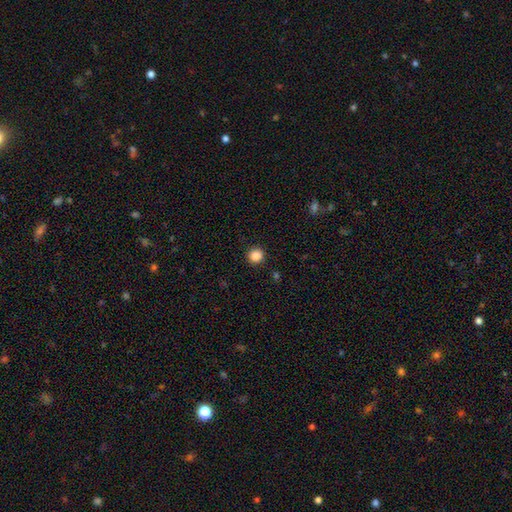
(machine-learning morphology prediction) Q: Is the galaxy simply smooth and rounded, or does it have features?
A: smooth — 86%.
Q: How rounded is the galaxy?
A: round — 92%.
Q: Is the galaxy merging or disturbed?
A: none — 91%.